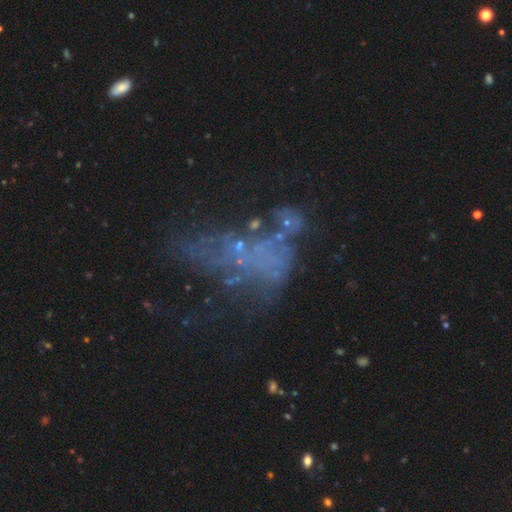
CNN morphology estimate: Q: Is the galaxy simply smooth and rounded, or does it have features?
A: featured or disk — 50%.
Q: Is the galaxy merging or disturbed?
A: major disturbance — 38%.